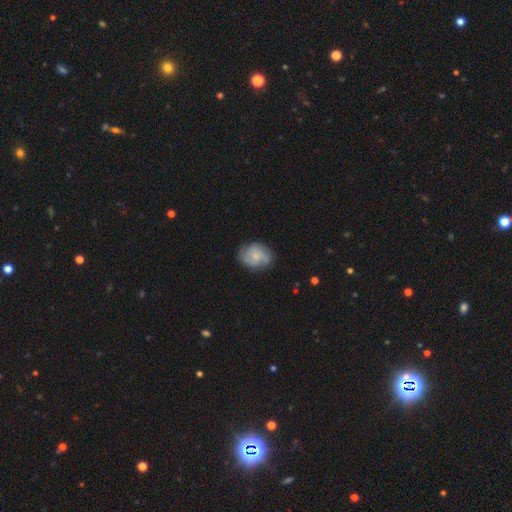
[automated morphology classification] Smooth or featured: featured or disk — 49% (smooth — 44%)
Merging: none — 69% (minor disturbance — 22%)